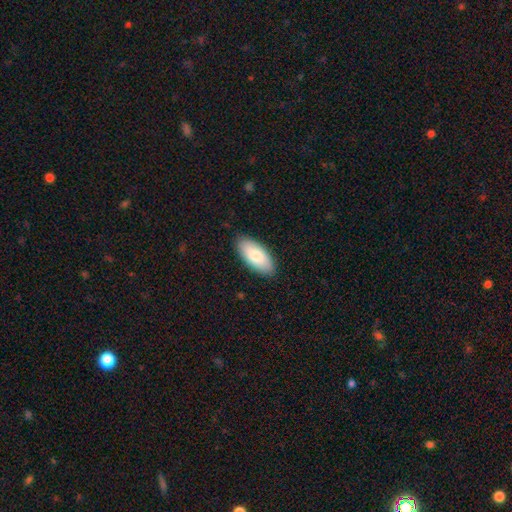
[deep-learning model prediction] Smooth or featured: smooth — 80% (featured or disk — 15%)
How rounded: in between — 91% (cigar-shaped — 7%)
Merging: none — 87% (minor disturbance — 10%)